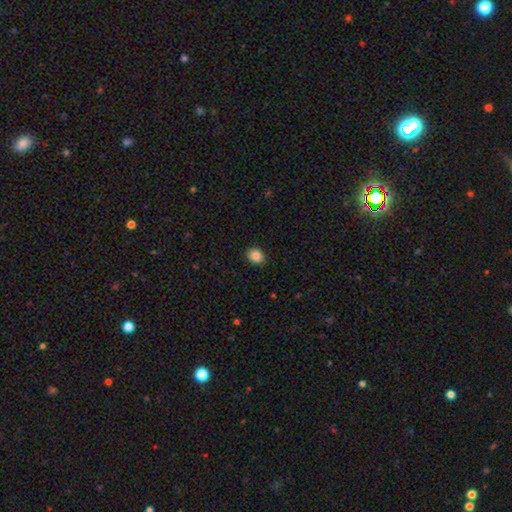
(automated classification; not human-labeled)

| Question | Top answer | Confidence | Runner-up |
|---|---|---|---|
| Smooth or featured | smooth | 88% | star or artifact (9%) |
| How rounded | round | 50% | in between (49%) |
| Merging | none | 90% | minor disturbance (7%) |